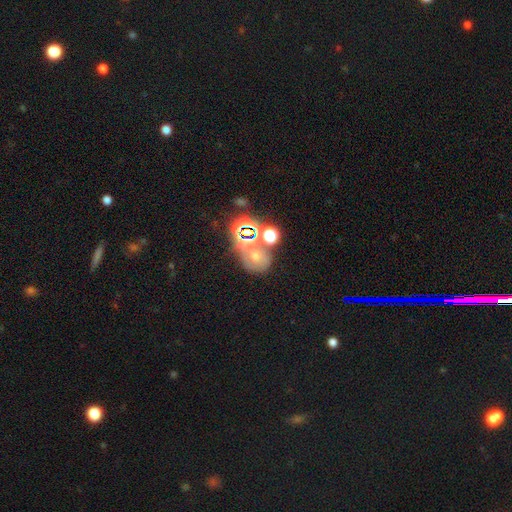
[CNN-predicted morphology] smooth_or_featured: star or artifact (p=0.48) [alt: smooth p=0.28]